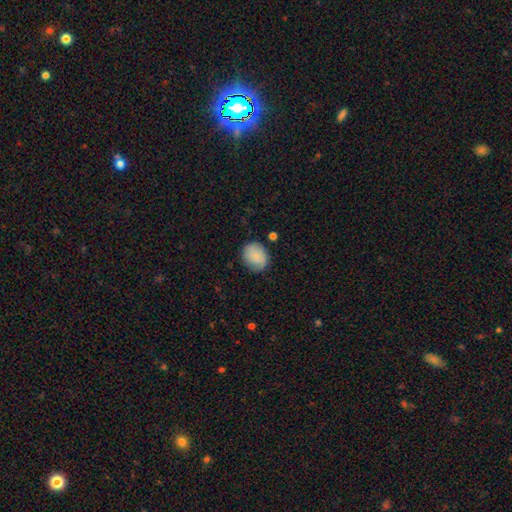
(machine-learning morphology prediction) Smooth or featured? smooth (85%)
How rounded? round (64%)
Merging? none (78%)